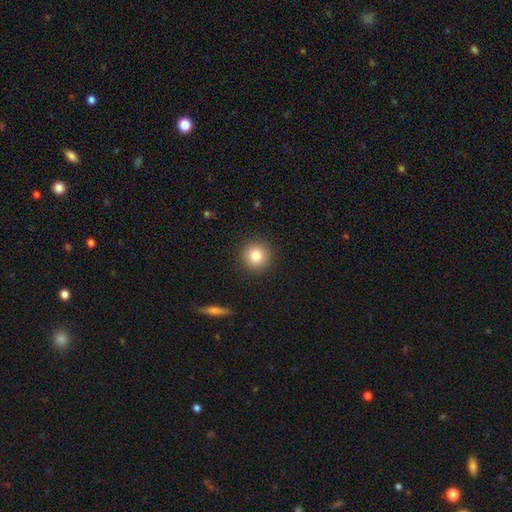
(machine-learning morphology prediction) A smooth galaxy with no disk features (84%) that is round (93%).

Vote fractions:
- Smooth or featured? smooth: 84% / star or artifact: 9% / featured or disk: 7%
- How rounded? round: 93% / in between: 6% / cigar-shaped: 1%
- Merging? none: 90% / minor disturbance: 6% / major disturbance: 2% / merger: 1%